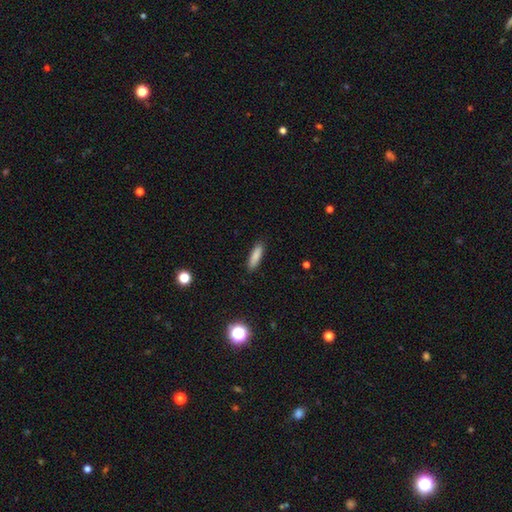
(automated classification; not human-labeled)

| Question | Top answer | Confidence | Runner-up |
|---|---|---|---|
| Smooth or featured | smooth | 84% | featured or disk (9%) |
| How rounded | cigar-shaped | 67% | in between (32%) |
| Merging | none | 89% | minor disturbance (8%) |